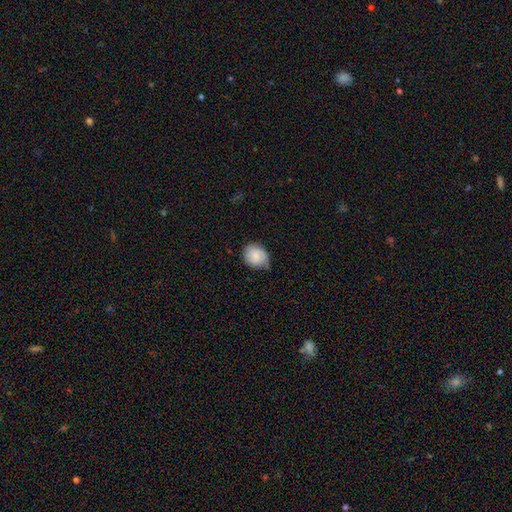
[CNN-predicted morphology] This is likely a smooth galaxy (78%). How rounded: likely round (62%). Merging: possibly none (57%).